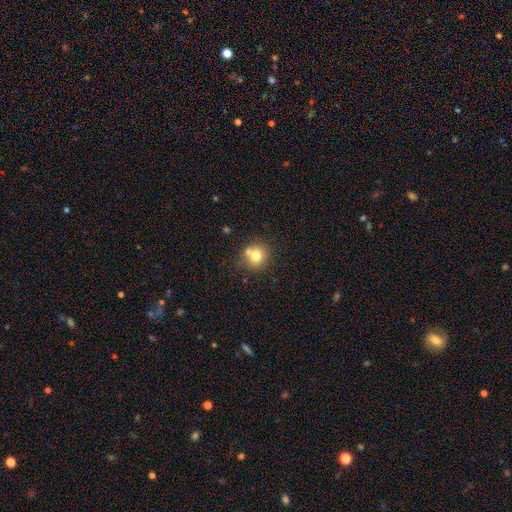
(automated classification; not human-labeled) This is likely a smooth galaxy (74%). How rounded: clearly round (84%). Merging: possibly none (59%).